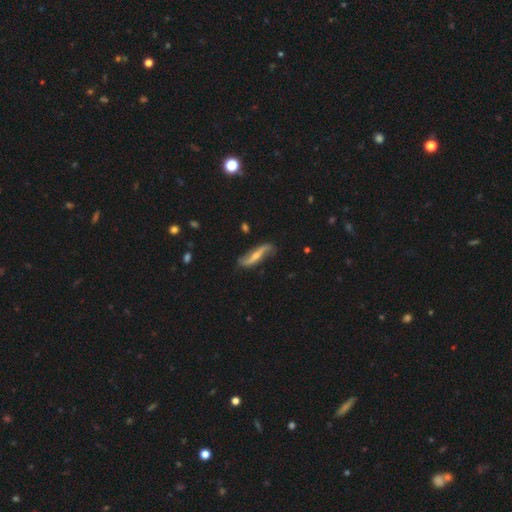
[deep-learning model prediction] Overall: featured or disk (79%). Edge-on disk: no (79%). Bar: strong (42%; weak 30%). Spiral arms: yes (92%). Spiral arm count: 2 (91%). Spiral winding: loose (87%). Bulge size: small (50%; moderate 40%). Merging: none (73%).